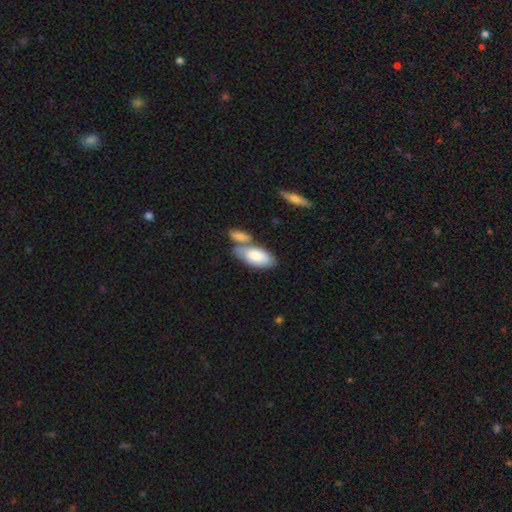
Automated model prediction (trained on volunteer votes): Overall: smooth (78%). How rounded: in between (92%). Merging: none (43%; merger 39%).